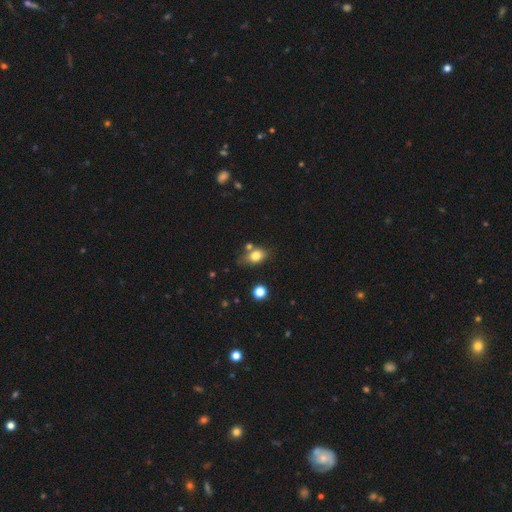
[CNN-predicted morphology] Overall: smooth (78%). How rounded: in between (71%). Merging: none (58%; minor disturbance 21%).